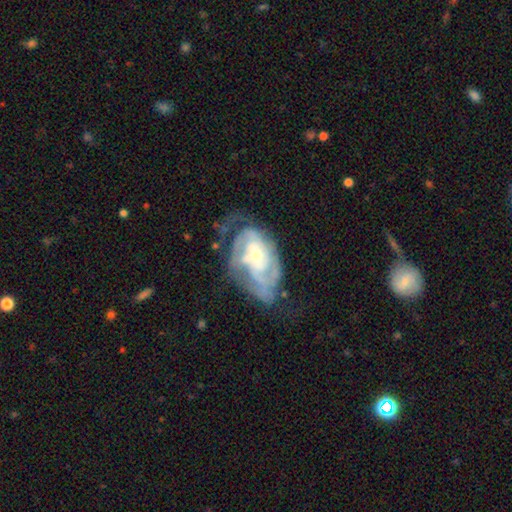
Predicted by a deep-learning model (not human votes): featured or disk 80%, smooth 14%, star or artifact 6%. Down the decision tree: edge-on disk — no (96%); bar — no (74%); spiral arms — yes (84%); spiral arm count — can't tell (42%); spiral winding — tight (59%); bulge size — small (51%); merging — none (43%).